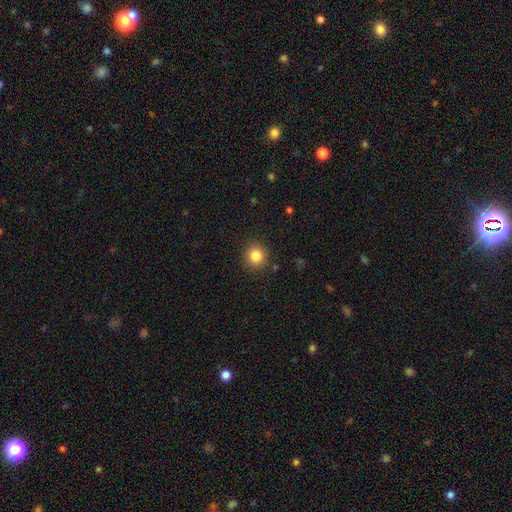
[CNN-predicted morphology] Overall: smooth (84%). How rounded: round (92%). Merging: none (90%).